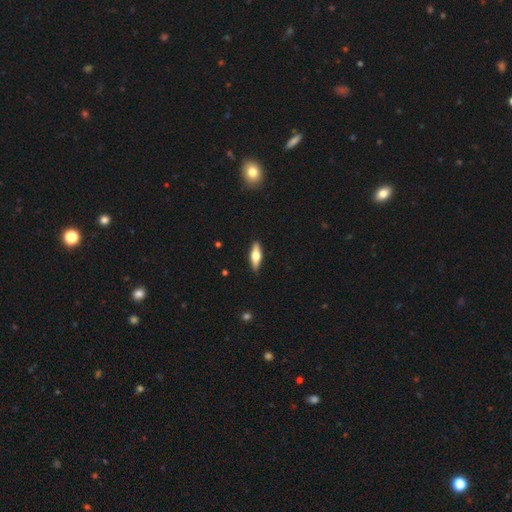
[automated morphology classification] Overall: featured or disk (48%; smooth 46%). Merging: none (90%).